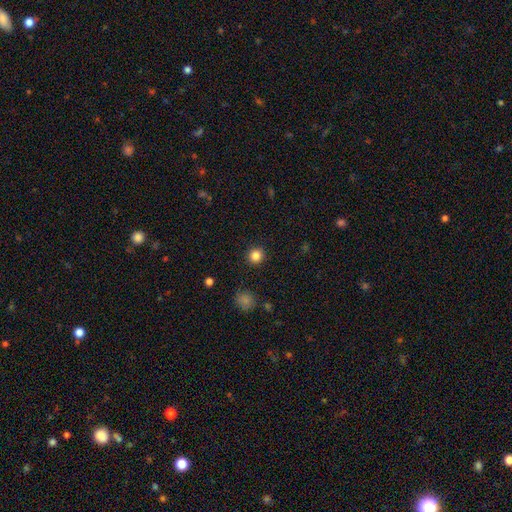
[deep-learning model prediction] Smooth or featured: smooth — 84% (star or artifact — 12%)
How rounded: round — 93% (in between — 6%)
Merging: none — 92% (minor disturbance — 5%)